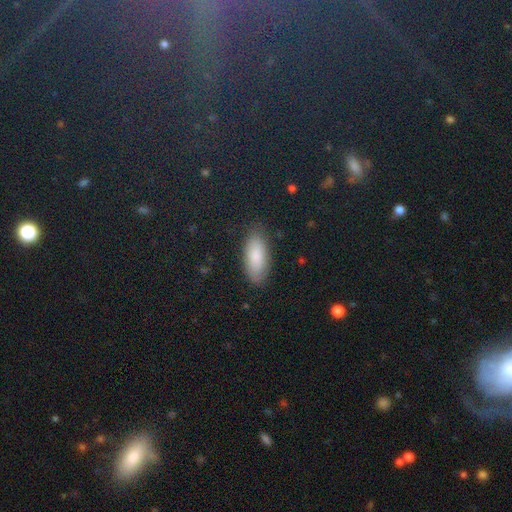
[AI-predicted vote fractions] Overall: smooth (68%). How rounded: in between (78%). Merging: none (88%).